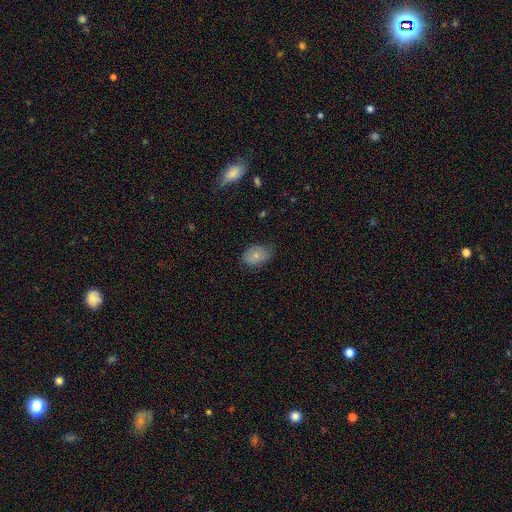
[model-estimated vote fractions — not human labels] A smooth galaxy with no disk features (76%) that is in between round and cigar-shaped (80%).

Vote fractions:
- Smooth or featured? smooth: 76% / featured or disk: 15% / star or artifact: 8%
- How rounded? in between: 80% / round: 19% / cigar-shaped: 1%
- Merging? none: 72% / minor disturbance: 23% / major disturbance: 5% / merger: 1%